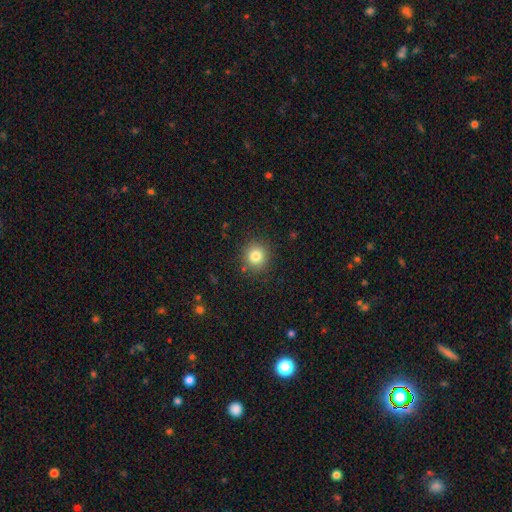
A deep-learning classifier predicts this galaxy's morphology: Q: Smooth or featured?
A: smooth (81%); runner-up: star or artifact (12%)
Q: How rounded?
A: round (91%); runner-up: in between (8%)
Q: Merging?
A: none (89%); runner-up: minor disturbance (7%)